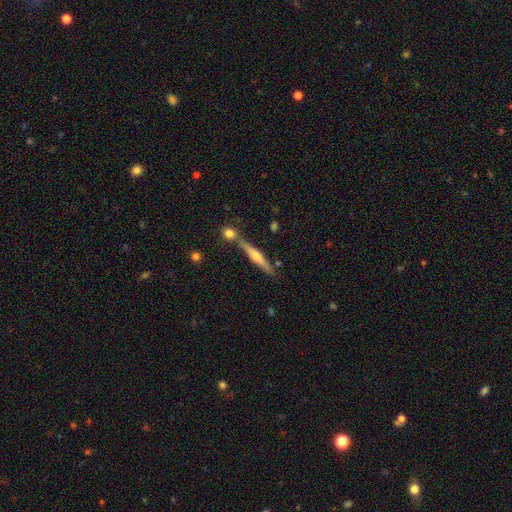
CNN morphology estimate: featured or disk 65%, smooth 28%, star or artifact 7%. Down the decision tree: edge-on disk — yes (97%); edge-on bulge — rounded (80%); merging — none (76%).